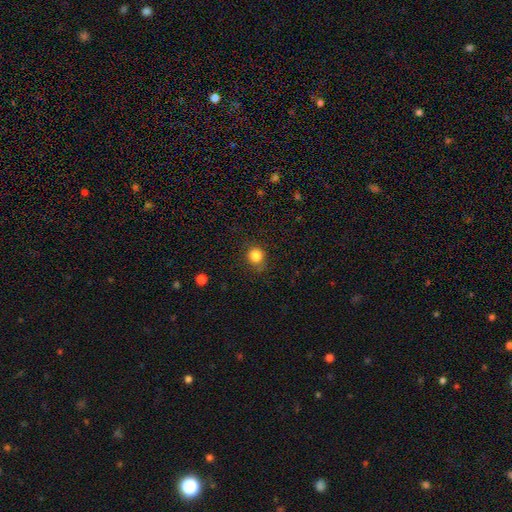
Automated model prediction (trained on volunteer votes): smooth-or-featured: smooth: 85% | star or artifact: 11% | featured or disk: 4%
  how-rounded: round: 87% | in between: 12% | cigar-shaped: 1%
  merging: none: 78% | minor disturbance: 16% | major disturbance: 5% | merger: 2%